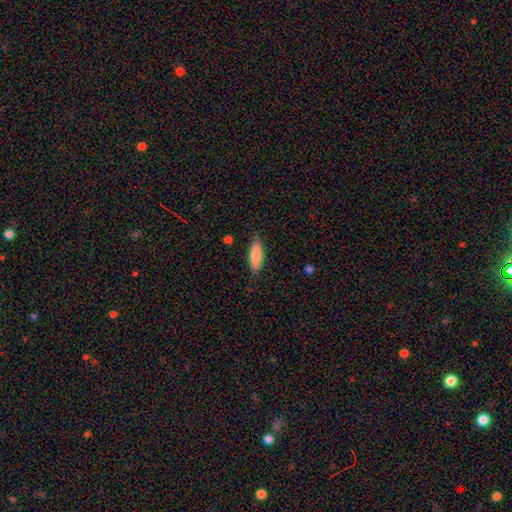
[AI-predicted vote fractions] smooth-or-featured: smooth: 84% | featured or disk: 10% | star or artifact: 6%
  how-rounded: cigar-shaped: 54% | in between: 45% | round: 2%
  merging: none: 83% | minor disturbance: 13% | major disturbance: 2% | merger: 1%